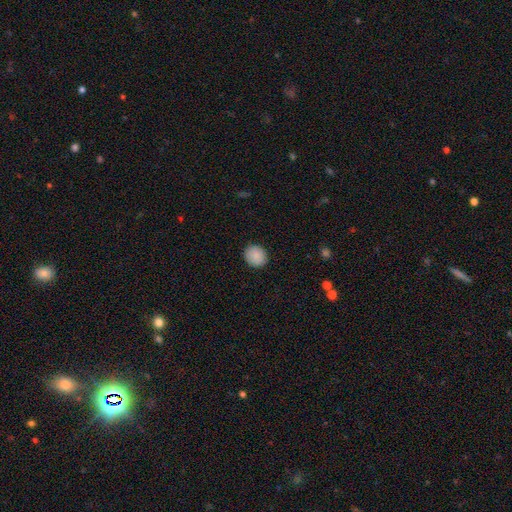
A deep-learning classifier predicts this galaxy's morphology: Smooth or featured?
  - smooth: 88% *
  - star or artifact: 7%
  - featured or disk: 5%
How rounded?
  - round: 84% *
  - in between: 15%
  - cigar-shaped: 1%
Merging?
  - none: 90% *
  - minor disturbance: 7%
  - major disturbance: 2%
  - merger: 1%